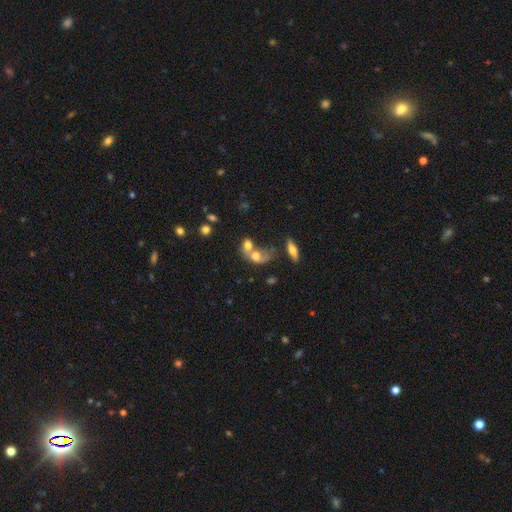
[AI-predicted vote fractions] Smooth or featured? Predicted: smooth (p=0.62). How rounded? Predicted: in between (p=0.62). Merging? Predicted: merger (p=0.67).